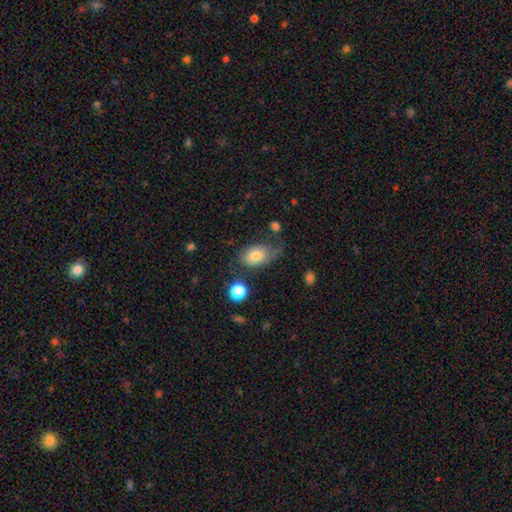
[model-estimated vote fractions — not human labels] Smooth or featured?
  - smooth: 78% *
  - featured or disk: 13%
  - star or artifact: 9%
How rounded?
  - in between: 84% *
  - round: 15%
  - cigar-shaped: 1%
Merging?
  - none: 48% *
  - minor disturbance: 30%
  - major disturbance: 16%
  - merger: 5%